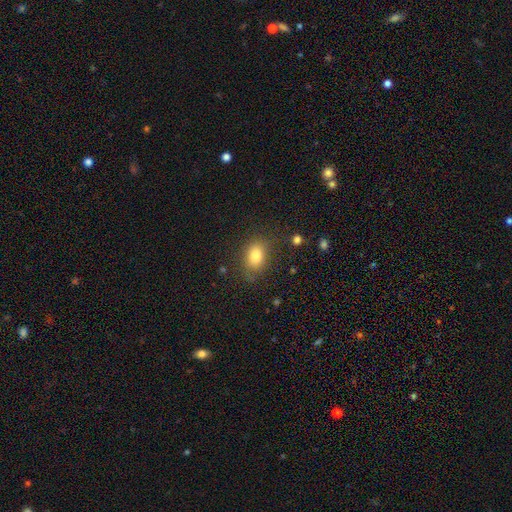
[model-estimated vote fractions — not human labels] A smooth galaxy with no disk features (79%) that is in between round and cigar-shaped (71%). Merging: none (76%).